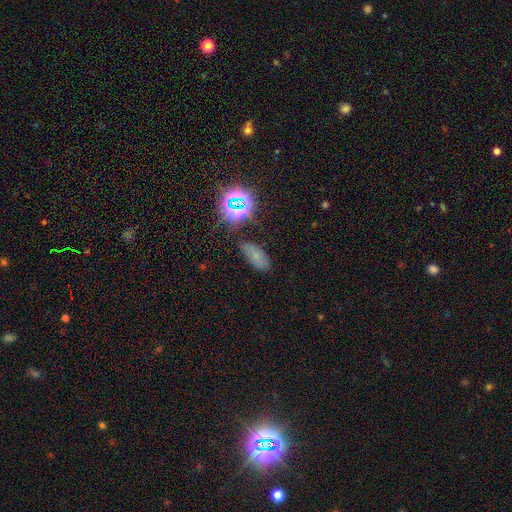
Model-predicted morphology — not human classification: type=smooth (59%); roundness=in between (83%); merging=none (75%).